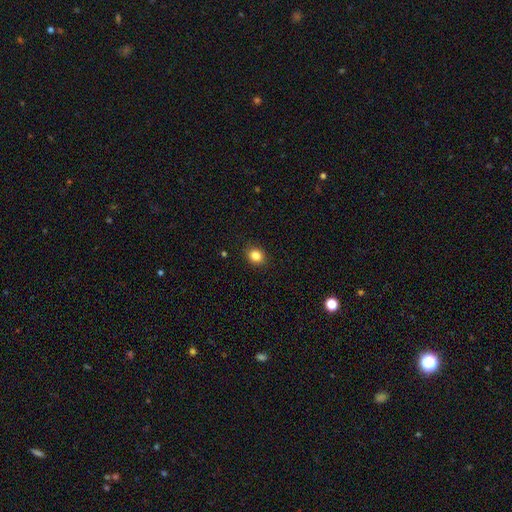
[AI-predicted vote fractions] Smooth or featured? smooth (85%)
How rounded? round (56%)
Merging? none (90%)